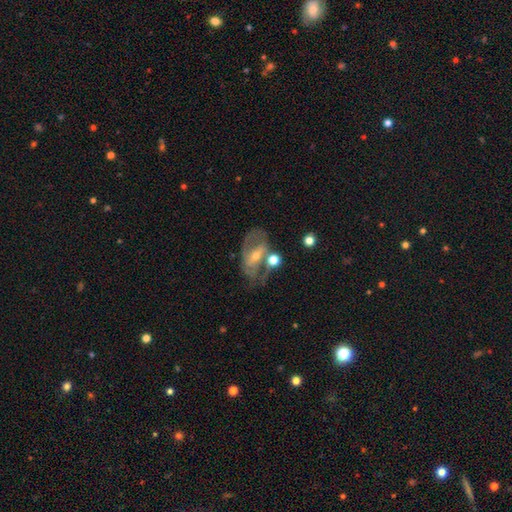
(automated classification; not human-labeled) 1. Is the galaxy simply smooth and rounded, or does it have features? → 74% featured or disk, 17% smooth, 9% star or artifact.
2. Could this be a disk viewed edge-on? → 94% no, 6% yes.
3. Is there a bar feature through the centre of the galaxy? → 38% weak, 32% no, 31% strong.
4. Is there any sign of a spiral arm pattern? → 72% yes, 28% no.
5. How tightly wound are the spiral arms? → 45% medium, 33% tight, 22% loose.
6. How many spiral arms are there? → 67% 2, 22% can't tell, 5% 1, 3% 3, 1% 4, 1% more than 4.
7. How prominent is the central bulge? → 56% small, 40% moderate, 2% large, 2% none, 1% dominant.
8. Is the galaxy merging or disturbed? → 46% none, 19% merger, 19% minor disturbance, 16% major disturbance.